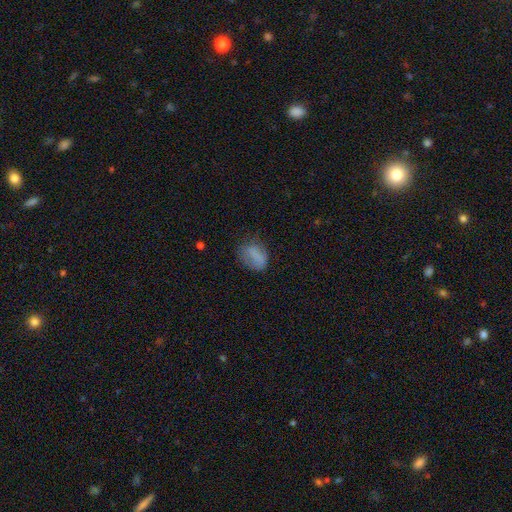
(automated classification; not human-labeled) Q: Smooth or featured?
A: smooth (77%); runner-up: featured or disk (13%)
Q: How rounded?
A: in between (70%); runner-up: round (27%)
Q: Merging?
A: none (56%); runner-up: minor disturbance (27%)